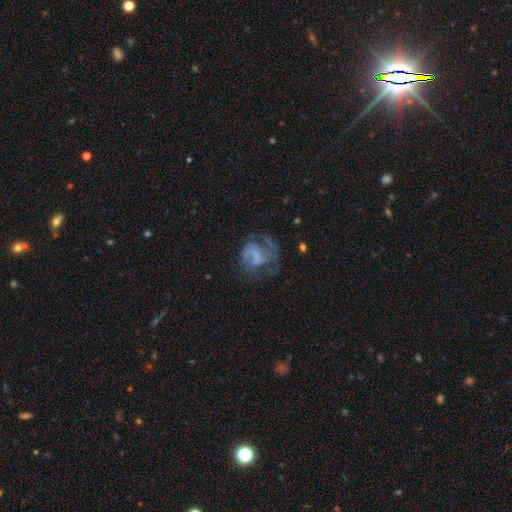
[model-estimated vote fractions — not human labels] This appears to be a featured or disk galaxy (63%) with no bar (59%), spiral arms (72%) and no central bulge (57%). Merging: none (39%).